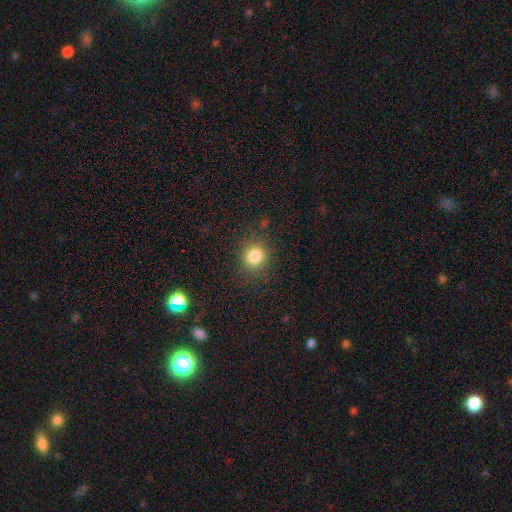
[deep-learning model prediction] This appears to be a smooth galaxy with no disk features (82%) that is round (79%). Merging: none (85%).